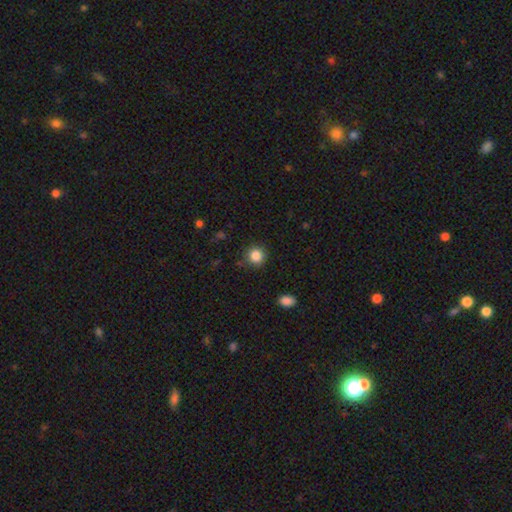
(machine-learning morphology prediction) smooth 85%, star or artifact 10%, featured or disk 4%. Down the decision tree: how rounded — round (92%); merging — none (87%).